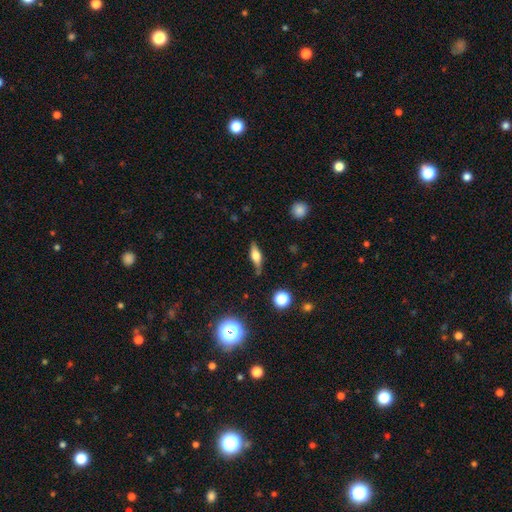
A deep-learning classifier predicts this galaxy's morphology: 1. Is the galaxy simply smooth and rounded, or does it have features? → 47% featured or disk, 44% smooth, 9% star or artifact.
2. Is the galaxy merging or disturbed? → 75% none, 18% minor disturbance, 4% major disturbance, 3% merger.